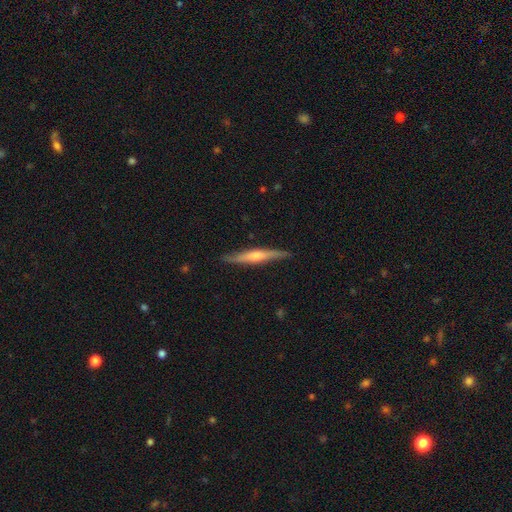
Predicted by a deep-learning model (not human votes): Overall: featured or disk (70%). Edge-on disk: yes (97%). Edge-on bulge: rounded (79%). Merging: none (89%).